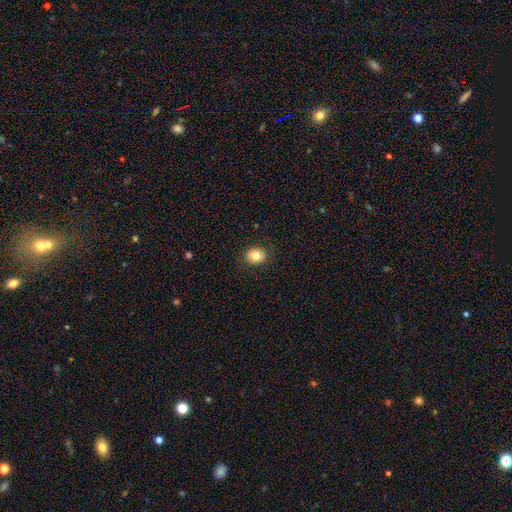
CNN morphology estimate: Smooth or featured: smooth — 82% (star or artifact — 10%)
How rounded: round — 62% (in between — 37%)
Merging: none — 90% (minor disturbance — 7%)